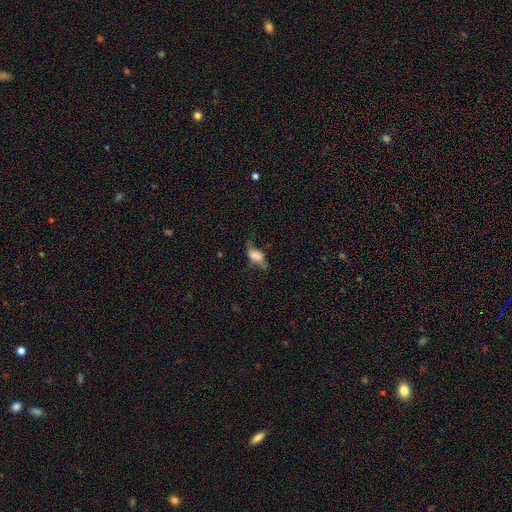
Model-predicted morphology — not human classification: The model was most divided on "merging": none: 37%, major disturbance: 29%, minor disturbance: 26%, merger: 8%. More confident: how rounded — in between (80%); smooth or featured — smooth (53%).